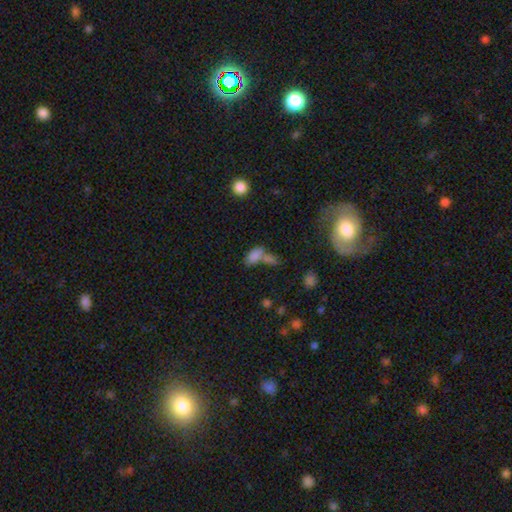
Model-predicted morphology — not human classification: smooth-or-featured: smooth: 77% | star or artifact: 13% | featured or disk: 10%
  how-rounded: in between: 86% | cigar-shaped: 8% | round: 6%
  merging: merger: 51% | none: 31% | minor disturbance: 11% | major disturbance: 7%